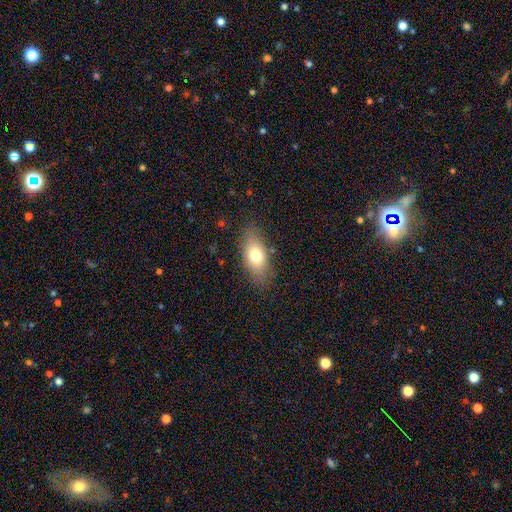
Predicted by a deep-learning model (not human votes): This is likely a smooth galaxy (73%). How rounded: clearly in between (82%). Merging: clearly none (83%).